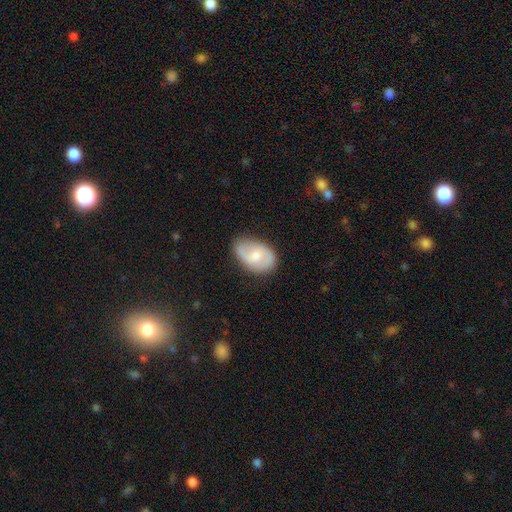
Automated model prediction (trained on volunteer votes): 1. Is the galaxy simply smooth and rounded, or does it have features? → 55% featured or disk, 39% smooth, 6% star or artifact.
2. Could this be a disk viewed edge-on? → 96% no, 4% yes.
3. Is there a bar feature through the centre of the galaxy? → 49% no, 44% weak, 7% strong.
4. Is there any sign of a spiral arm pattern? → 87% yes, 13% no.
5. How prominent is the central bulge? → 50% moderate, 34% small, 7% none, 7% large, 1% dominant.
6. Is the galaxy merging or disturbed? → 73% none, 20% minor disturbance, 5% major disturbance, 1% merger.